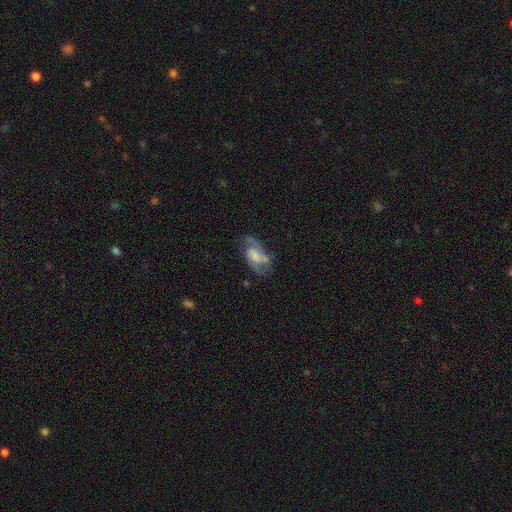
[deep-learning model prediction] Overall: featured or disk (68%). Edge-on disk: no (95%). Bar: no (44%; weak 41%). Spiral arms: yes (86%). Spiral arm count: 2 (71%). Spiral winding: medium (48%; loose 29%). Bulge size: none (33%; moderate 24%). Merging: none (53%; minor disturbance 24%).